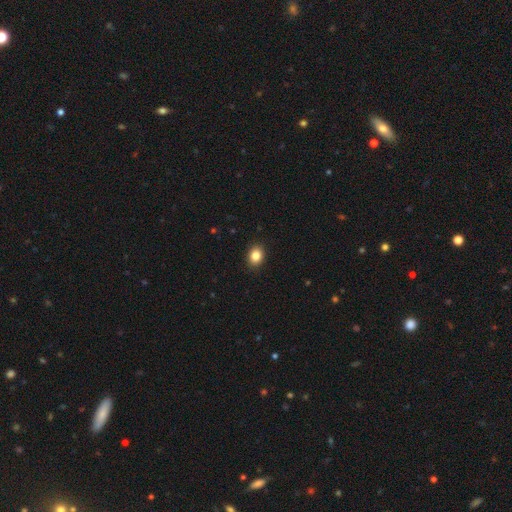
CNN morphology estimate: This is clearly a smooth galaxy (85%). How rounded: possibly in between (53%). Merging: clearly none (90%).